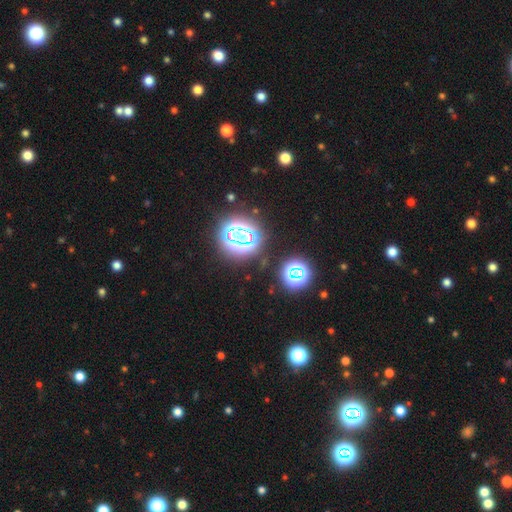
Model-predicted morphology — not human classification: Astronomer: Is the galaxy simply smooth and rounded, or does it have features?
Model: star or artifact — 81%.